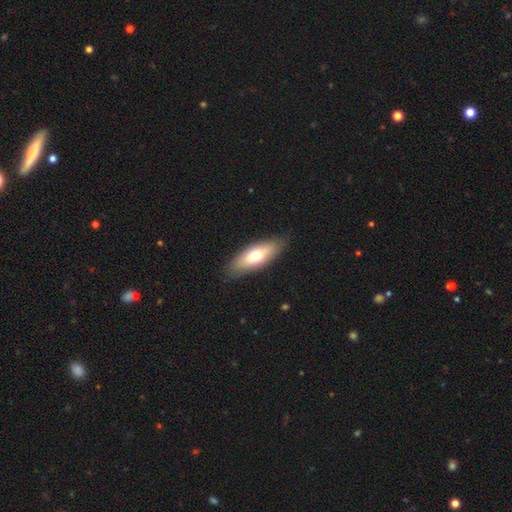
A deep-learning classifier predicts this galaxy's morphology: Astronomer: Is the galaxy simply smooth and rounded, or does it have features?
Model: smooth — 66%.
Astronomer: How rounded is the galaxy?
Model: in between — 67%.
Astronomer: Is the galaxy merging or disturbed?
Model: none — 85%.